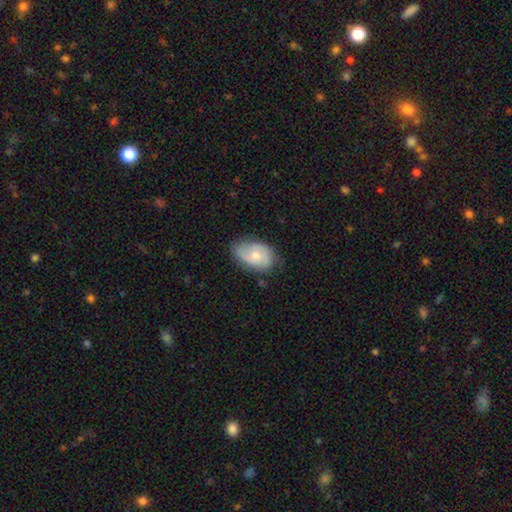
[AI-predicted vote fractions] A smooth galaxy with no disk features (55%) that is in between round and cigar-shaped (86%). Merging: none (62%).